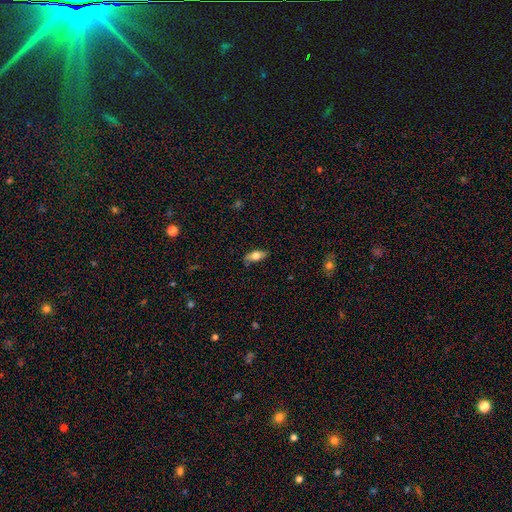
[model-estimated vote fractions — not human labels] smooth-or-featured: smooth: 71% | featured or disk: 22% | star or artifact: 7%
  how-rounded: in between: 82% | cigar-shaped: 15% | round: 3%
  merging: none: 80% | minor disturbance: 16% | major disturbance: 3% | merger: 1%